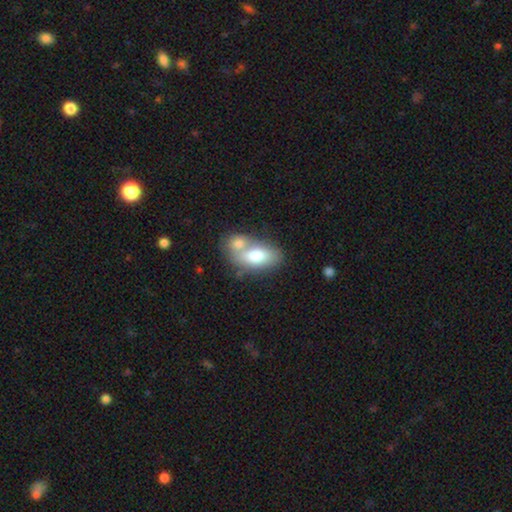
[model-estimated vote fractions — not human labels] Smooth or featured: smooth — 72% (featured or disk — 22%)
How rounded: in between — 88% (round — 7%)
Merging: merger — 54% (none — 30%)